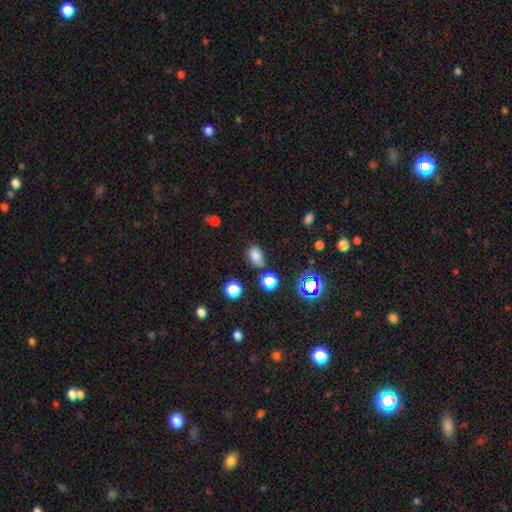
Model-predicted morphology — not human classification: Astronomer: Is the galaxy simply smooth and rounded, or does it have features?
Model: smooth — 77%.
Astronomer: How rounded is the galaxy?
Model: in between — 80%.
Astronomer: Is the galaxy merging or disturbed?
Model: none — 66%.